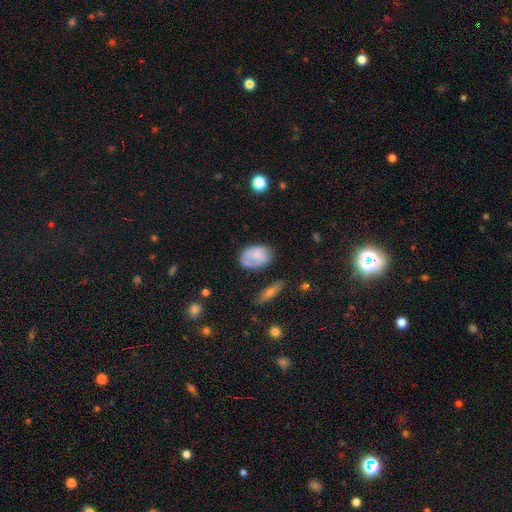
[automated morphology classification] A smooth galaxy with no disk features (67%) that is in between round and cigar-shaped (81%).

Vote fractions:
- Smooth or featured? smooth: 67% / featured or disk: 26% / star or artifact: 7%
- How rounded? in between: 81% / round: 17% / cigar-shaped: 1%
- Merging? none: 58% / minor disturbance: 28% / major disturbance: 10% / merger: 4%